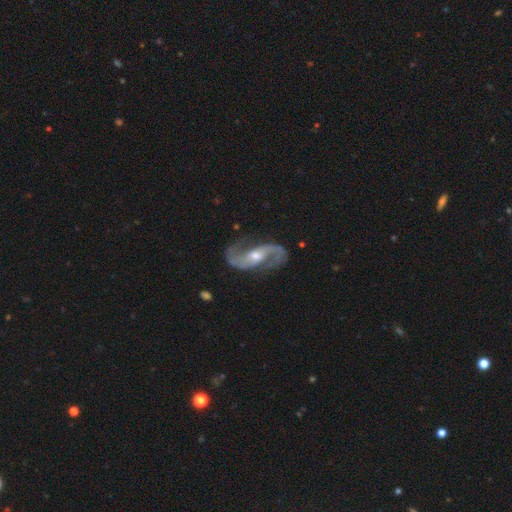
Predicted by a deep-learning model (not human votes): Overall: featured or disk (92%). Edge-on disk: no (97%). Bar: weak (39%; no 35%). Spiral arms: yes (98%). Spiral arm count: 2 (94%). Spiral winding: loose (48%; medium 43%). Bulge size: moderate (58%; small 36%). Merging: none (79%).